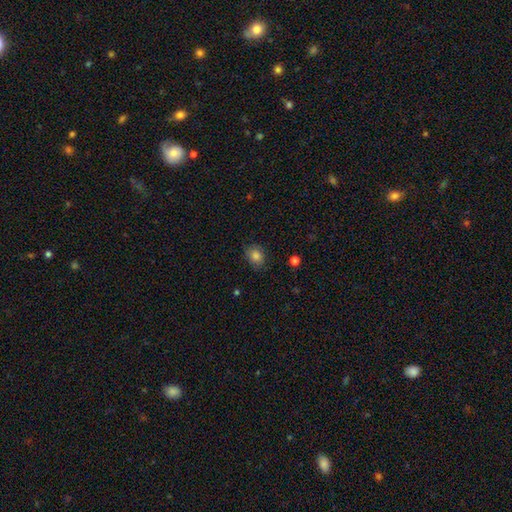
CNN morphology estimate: smooth 84%, star or artifact 10%, featured or disk 6%. Down the decision tree: how rounded — in between (53%); merging — none (80%).